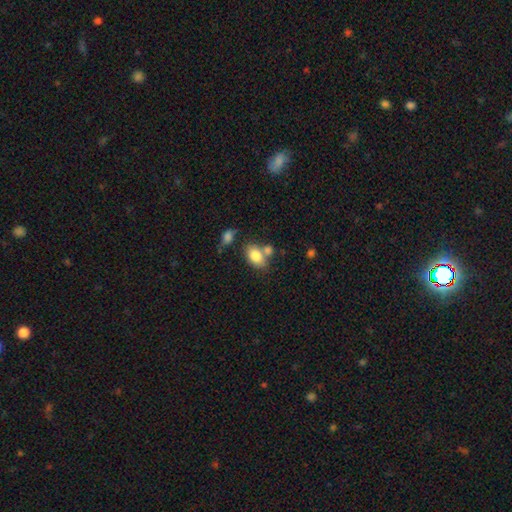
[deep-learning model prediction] smooth-or-featured: smooth: 81% | featured or disk: 11% | star or artifact: 8%
  how-rounded: in between: 82% | round: 16% | cigar-shaped: 2%
  merging: none: 52% | merger: 28% | minor disturbance: 15% | major disturbance: 5%